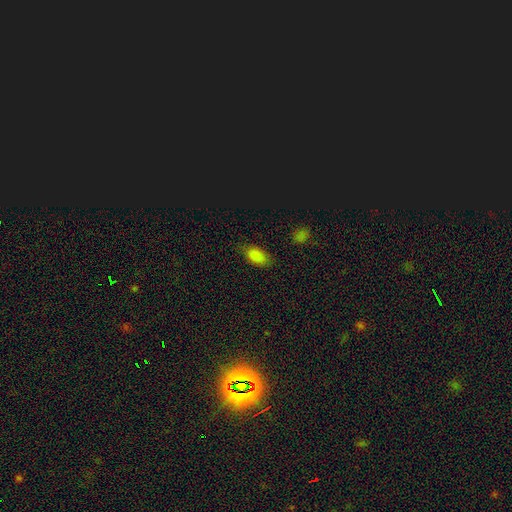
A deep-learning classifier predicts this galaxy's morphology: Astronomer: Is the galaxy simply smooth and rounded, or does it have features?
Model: smooth — 83%.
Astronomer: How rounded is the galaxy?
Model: in between — 91%.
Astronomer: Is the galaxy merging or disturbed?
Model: none — 75%.